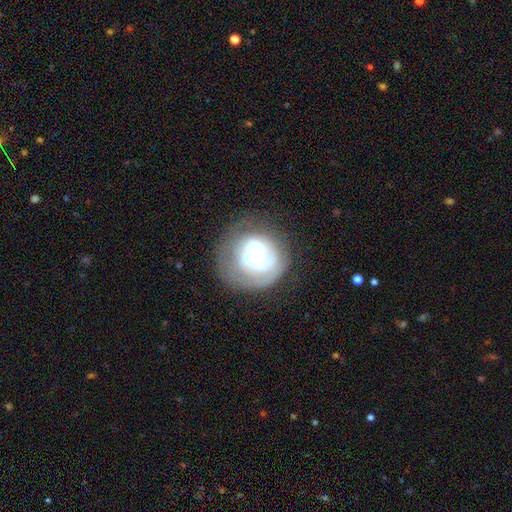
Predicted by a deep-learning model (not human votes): smooth_or_featured: featured or disk (p=0.58) [alt: smooth p=0.34]
disk_edge_on: no (p=0.98) [alt: yes p=0.02]
bar: no (p=0.76) [alt: weak p=0.18]
has_spiral_arms: yes (p=0.63) [alt: no p=0.37]
bulge_size: small (p=0.45) [alt: moderate p=0.20]
merging: none (p=0.60) [alt: minor disturbance p=0.20]